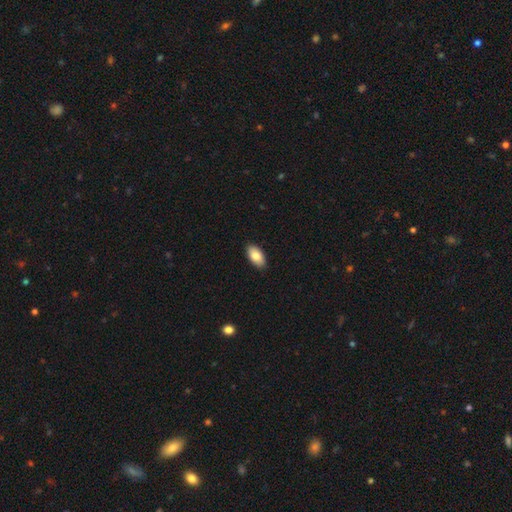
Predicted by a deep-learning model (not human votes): Smooth or featured?
  - smooth: 85% *
  - featured or disk: 9%
  - star or artifact: 7%
How rounded?
  - in between: 95% *
  - round: 3%
  - cigar-shaped: 3%
Merging?
  - none: 89% *
  - minor disturbance: 8%
  - major disturbance: 2%
  - merger: 1%